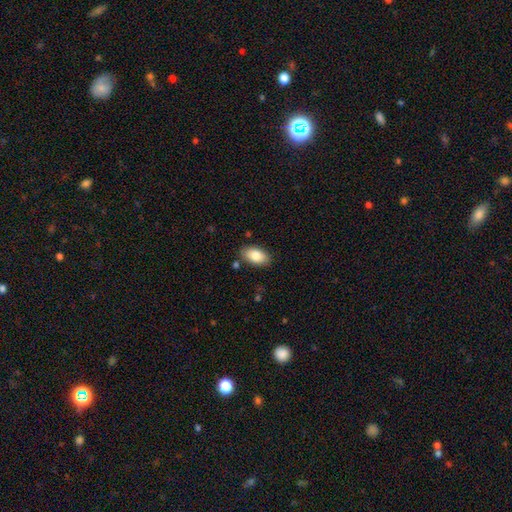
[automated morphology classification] Q: Smooth or featured?
A: smooth (84%); runner-up: featured or disk (10%)
Q: How rounded?
A: in between (94%); runner-up: round (4%)
Q: Merging?
A: none (84%); runner-up: minor disturbance (11%)